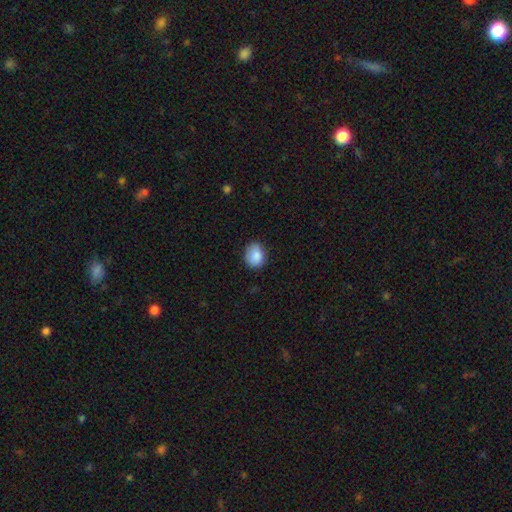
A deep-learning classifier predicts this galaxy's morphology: type=smooth (87%); roundness=in between (50%); merging=none (78%).